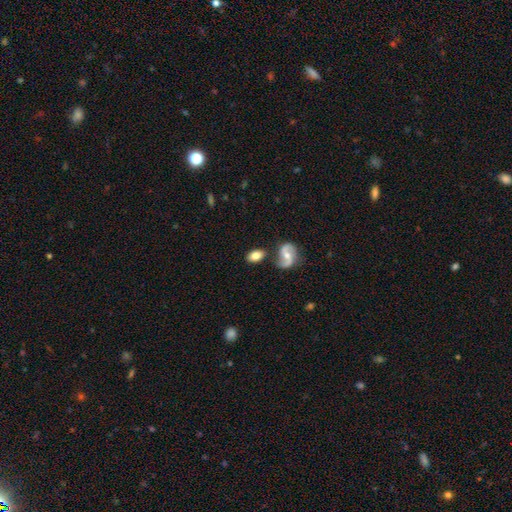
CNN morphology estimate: type=smooth (70%); roundness=in between (89%); merging=none (71%).